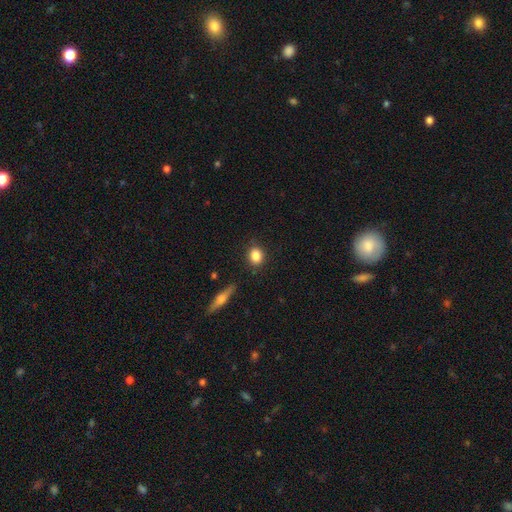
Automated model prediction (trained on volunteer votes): The model was most divided on "how rounded": round: 61%, in between: 36%, cigar-shaped: 3%. More confident: merging — none (86%); smooth or featured — smooth (85%).